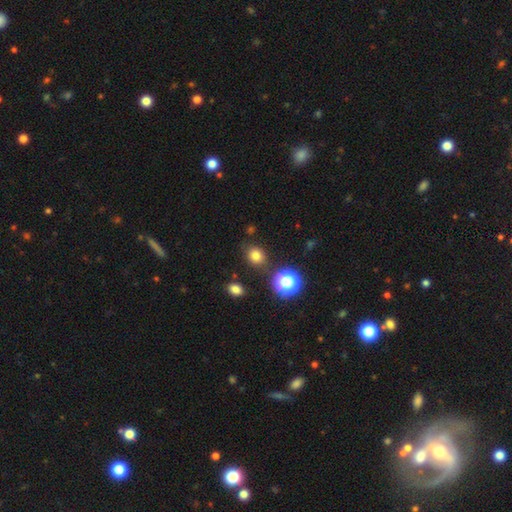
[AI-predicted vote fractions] Smooth or featured: smooth — 77% (star or artifact — 17%)
How rounded: round — 63% (in between — 36%)
Merging: none — 79% (minor disturbance — 12%)